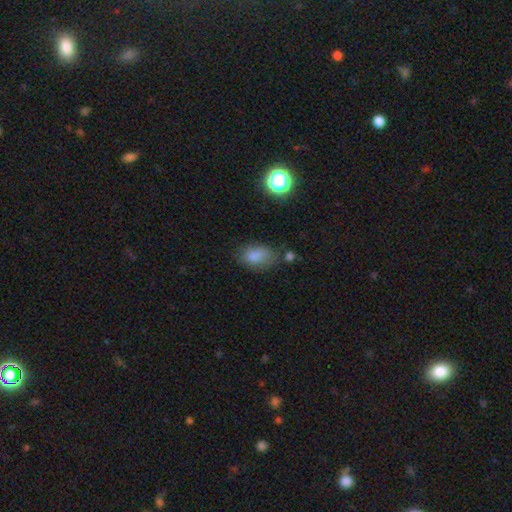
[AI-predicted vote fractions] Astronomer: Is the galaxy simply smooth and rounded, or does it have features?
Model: smooth — 79%.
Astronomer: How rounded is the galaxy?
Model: in between — 85%.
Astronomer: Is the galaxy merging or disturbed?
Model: none — 54%.